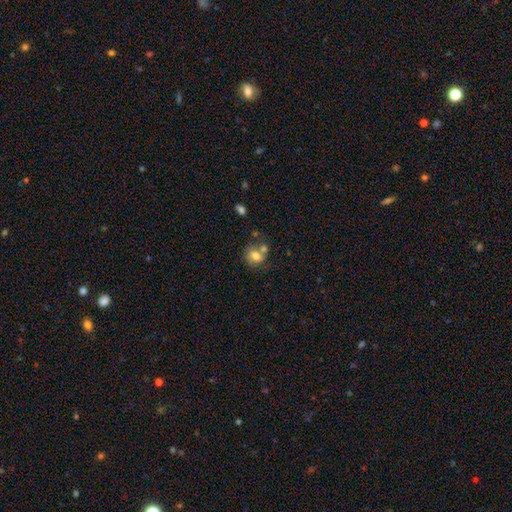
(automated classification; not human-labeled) smooth_or_featured: smooth (p=0.68) [alt: featured or disk p=0.22]
how_rounded: round (p=0.53) [alt: in between p=0.46]
merging: none (p=0.42) [alt: merger p=0.34]